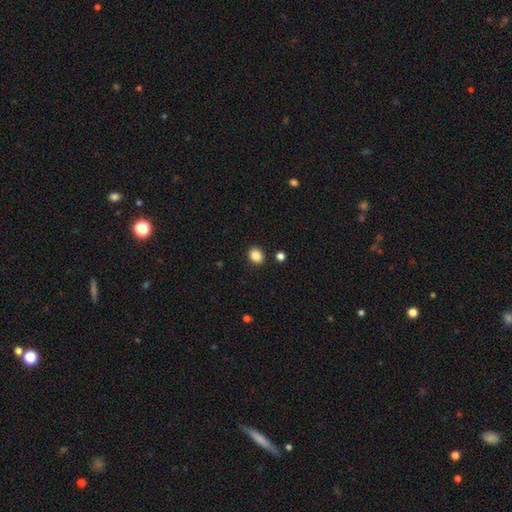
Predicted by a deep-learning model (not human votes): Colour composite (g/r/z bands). It shows a smooth galaxy with no disk features (87%) that is round (57%). Merging: none (88%).